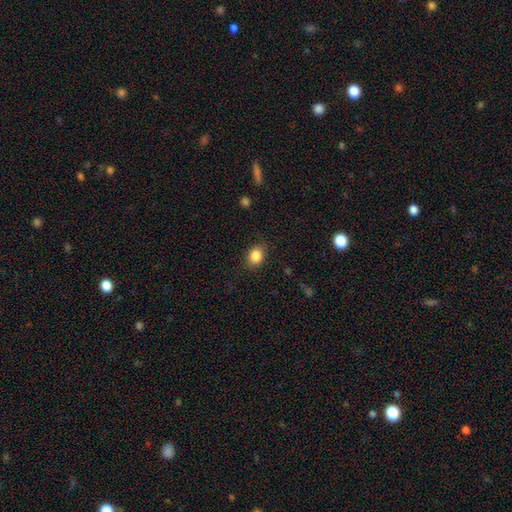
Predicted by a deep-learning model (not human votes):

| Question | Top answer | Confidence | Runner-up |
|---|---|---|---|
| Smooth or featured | smooth | 86% | star or artifact (9%) |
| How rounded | in between | 54% | round (45%) |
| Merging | none | 82% | minor disturbance (13%) |